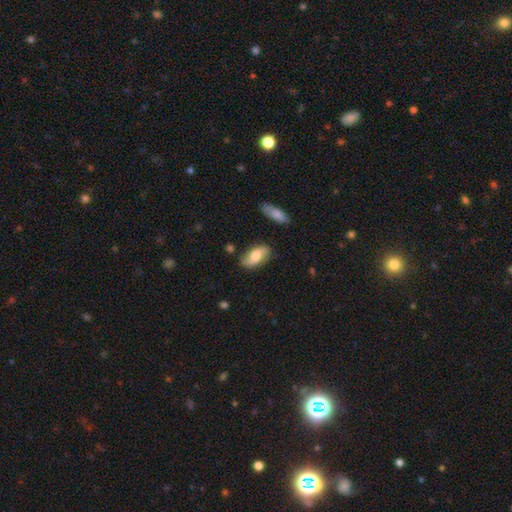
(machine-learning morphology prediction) This appears to be a smooth galaxy with no disk features (55%) that is in between round and cigar-shaped (89%). Merging: none (75%).